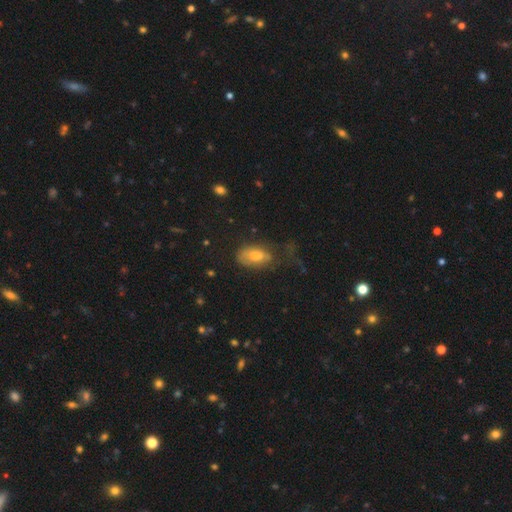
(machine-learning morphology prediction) Smooth or featured?
  - smooth: 64% *
  - featured or disk: 26%
  - star or artifact: 10%
How rounded?
  - in between: 89% *
  - round: 6%
  - cigar-shaped: 5%
Merging?
  - none: 45% *
  - minor disturbance: 28%
  - major disturbance: 25%
  - merger: 3%